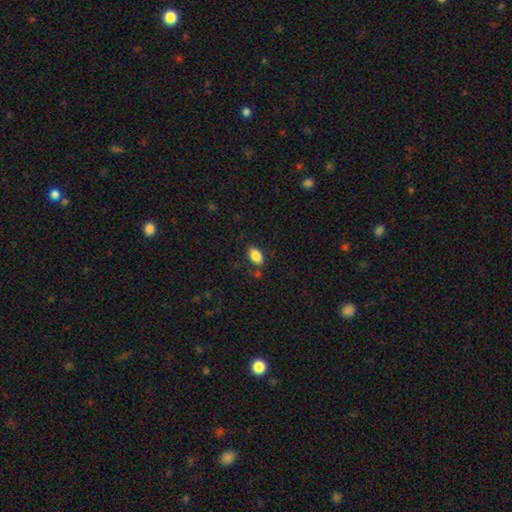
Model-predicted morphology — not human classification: type=smooth (85%); roundness=in between (91%); merging=none (75%).